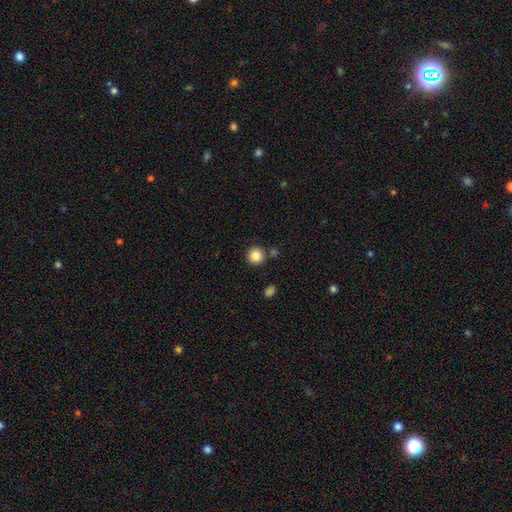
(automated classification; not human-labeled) A smooth galaxy with no disk features (86%) that is round (94%).

Vote fractions:
- Smooth or featured? smooth: 86% / star or artifact: 10% / featured or disk: 4%
- How rounded? round: 94% / in between: 5% / cigar-shaped: 1%
- Merging? none: 85% / minor disturbance: 7% / merger: 6% / major disturbance: 2%